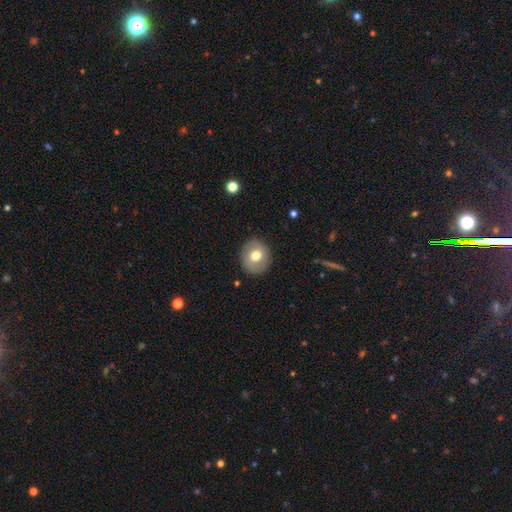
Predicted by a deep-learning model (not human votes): The model was most divided on "smooth or featured": smooth: 69%, featured or disk: 23%, star or artifact: 7%. More confident: merging — none (87%); how rounded — round (76%).